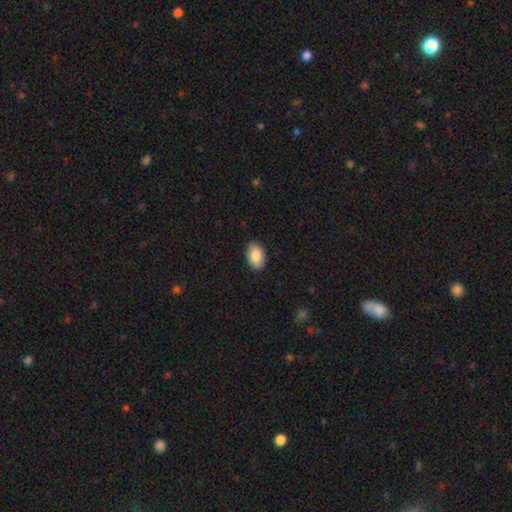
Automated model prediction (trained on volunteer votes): A smooth galaxy with no disk features (86%) that is in between round and cigar-shaped (92%).

Vote fractions:
- Smooth or featured? smooth: 86% / featured or disk: 7% / star or artifact: 6%
- How rounded? in between: 92% / round: 7% / cigar-shaped: 1%
- Merging? none: 89% / minor disturbance: 9% / major disturbance: 2% / merger: 1%